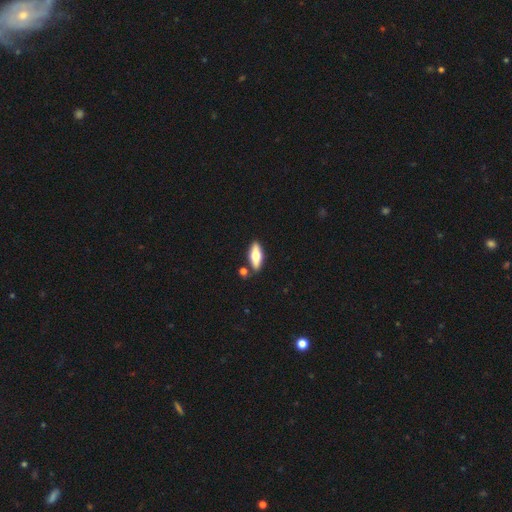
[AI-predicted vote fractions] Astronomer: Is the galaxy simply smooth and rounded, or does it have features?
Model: smooth — 57% (runner-up: featured or disk, 37%).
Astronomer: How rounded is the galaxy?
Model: in between — 59% (runner-up: cigar-shaped, 38%).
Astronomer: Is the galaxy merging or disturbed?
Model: none — 83%.